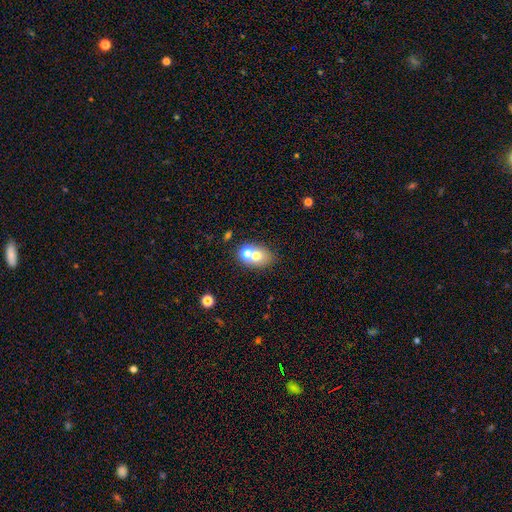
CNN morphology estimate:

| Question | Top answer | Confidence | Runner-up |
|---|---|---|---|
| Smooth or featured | smooth | 67% | featured or disk (22%) |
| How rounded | in between | 56% | round (43%) |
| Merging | merger | 56% | none (34%) |